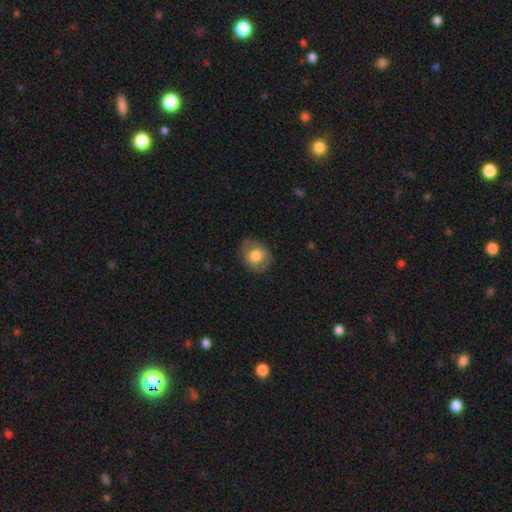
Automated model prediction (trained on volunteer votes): A smooth galaxy with no disk features (65%) that is round (55%). Merging: none (78%).